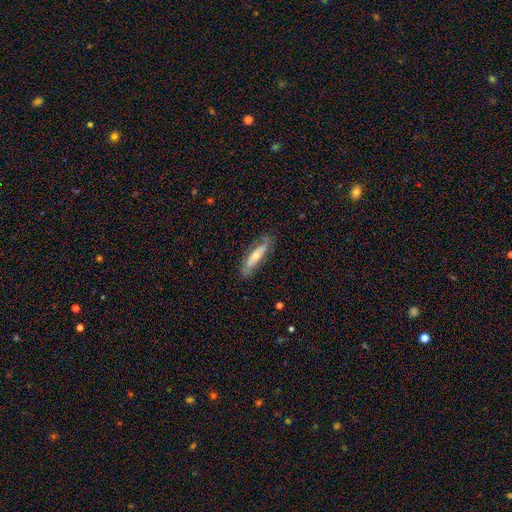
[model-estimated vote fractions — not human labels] smooth_or_featured: featured or disk (p=0.64) [alt: smooth p=0.30]
disk_edge_on: no (p=0.58) [alt: yes p=0.42]
merging: none (p=0.78) [alt: minor disturbance p=0.16]